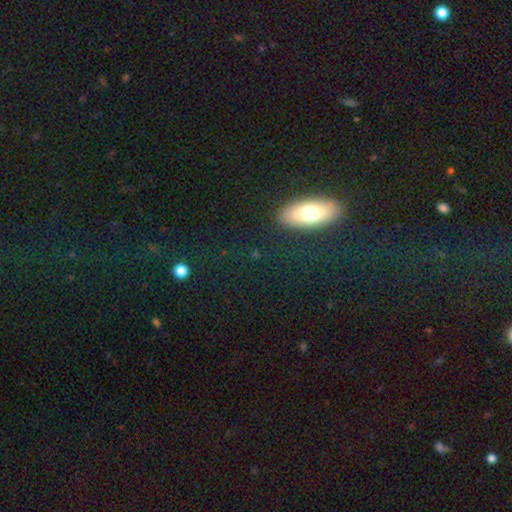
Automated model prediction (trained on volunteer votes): Morphology: type=smooth (56%); roundness=in between (72%); merging=none (78%).